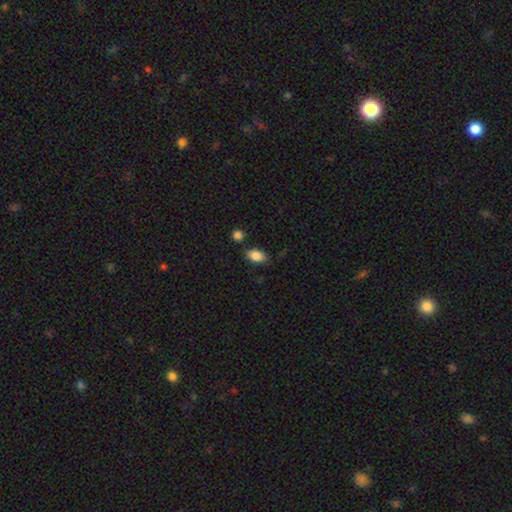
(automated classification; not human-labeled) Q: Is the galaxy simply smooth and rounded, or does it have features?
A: smooth — 87%.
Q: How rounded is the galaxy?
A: in between — 89%.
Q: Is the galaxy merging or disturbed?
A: none — 76%.